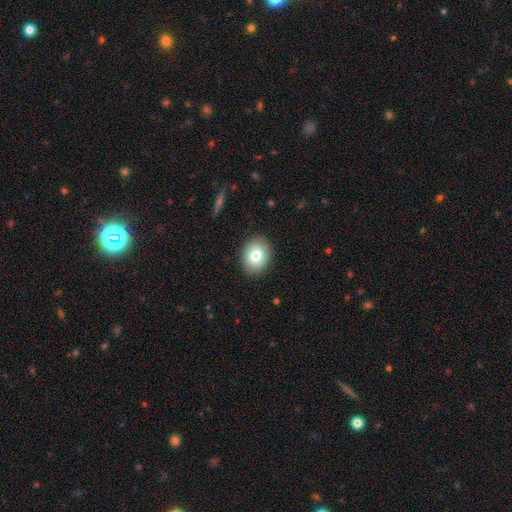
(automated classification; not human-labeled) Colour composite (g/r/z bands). It shows a smooth galaxy with no disk features (79%) that is round (50%). Merging: none (88%).